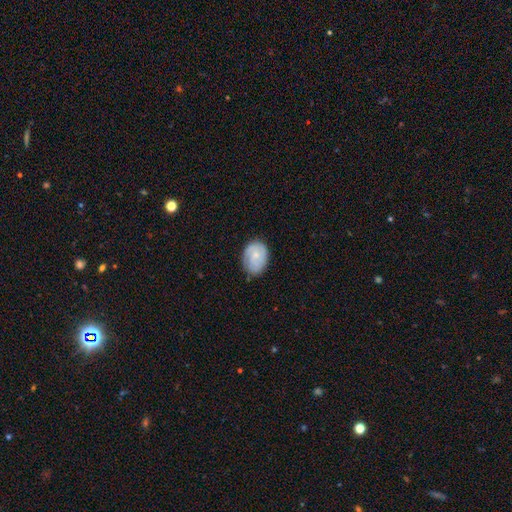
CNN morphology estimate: Q: Smooth or featured?
A: smooth (56%); runner-up: featured or disk (38%)
Q: How rounded?
A: in between (67%); runner-up: round (32%)
Q: Merging?
A: none (72%); runner-up: minor disturbance (22%)